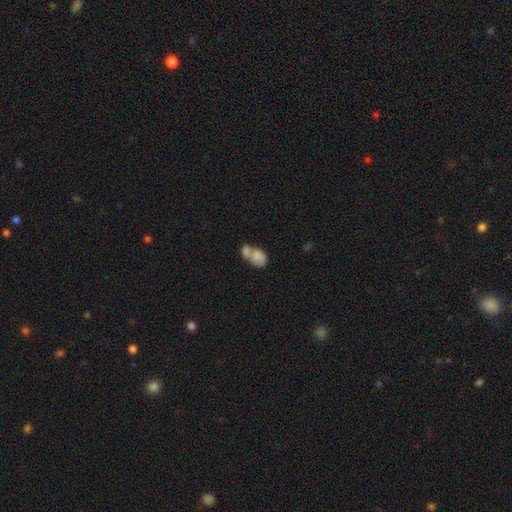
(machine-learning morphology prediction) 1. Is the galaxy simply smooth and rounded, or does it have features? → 78% smooth, 15% featured or disk, 7% star or artifact.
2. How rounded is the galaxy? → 79% in between, 19% round, 2% cigar-shaped.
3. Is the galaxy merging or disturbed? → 70% merger, 17% none, 8% minor disturbance, 5% major disturbance.